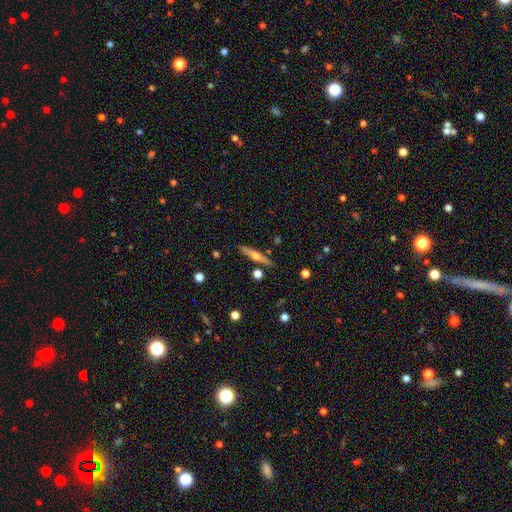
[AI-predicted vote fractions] Smooth or featured?
  - featured or disk: 52% *
  - smooth: 41%
  - star or artifact: 7%
Edge-on disk?
  - yes: 95% *
  - no: 5%
Merging?
  - none: 87% *
  - minor disturbance: 8%
  - merger: 3%
  - major disturbance: 2%